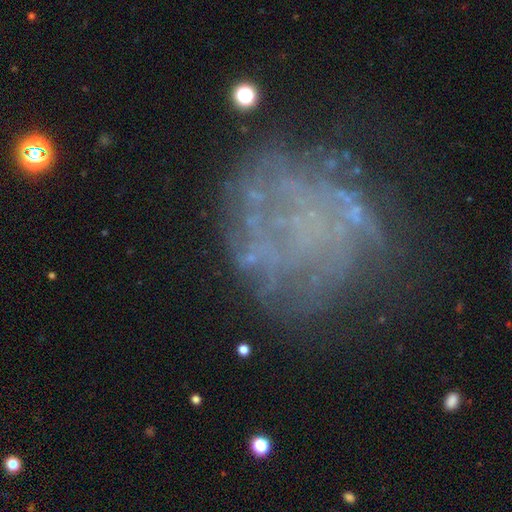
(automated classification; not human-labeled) This is possibly a featured or disk galaxy (50%). It is clearly not viewed edge-on (94%). Merging: possibly none (59%).